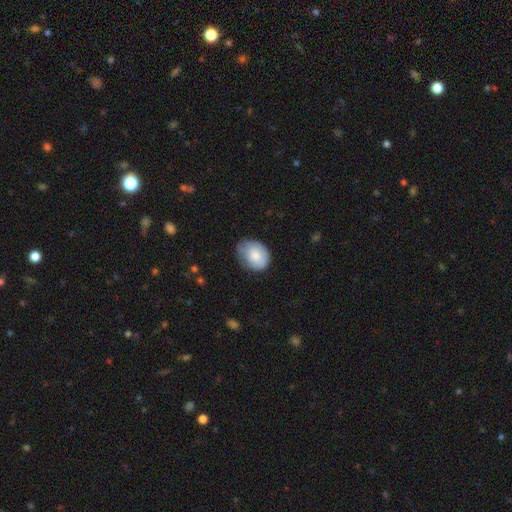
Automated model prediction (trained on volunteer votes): Morphology: type=smooth (78%); roundness=in between (60%); merging=none (59%).